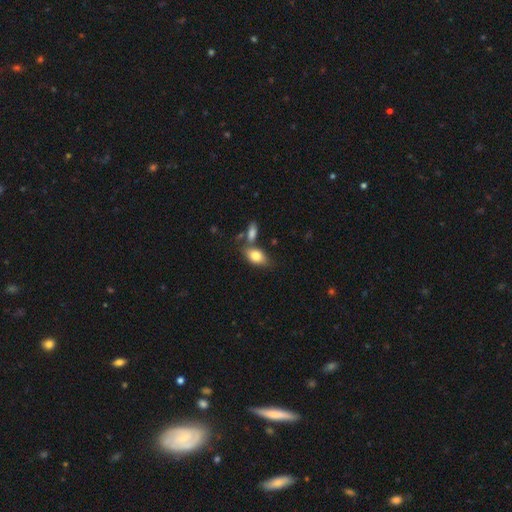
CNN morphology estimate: smooth_or_featured: smooth (p=0.81) [alt: featured or disk p=0.12]
how_rounded: in between (p=0.88) [alt: round p=0.08]
merging: none (p=0.56) [alt: merger p=0.25]